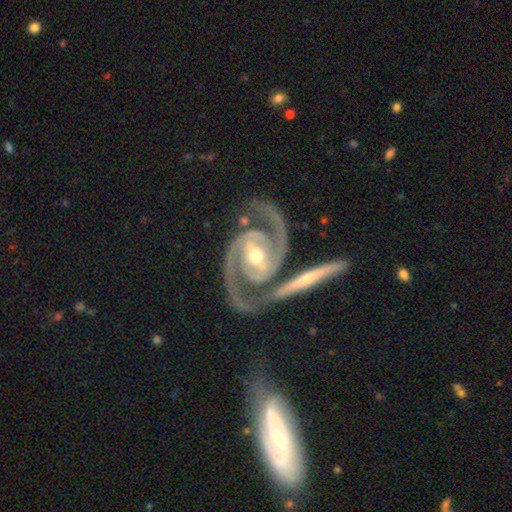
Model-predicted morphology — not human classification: Smooth or featured: featured or disk — 94% (star or artifact — 3%)
Edge-on disk: no — 97% (yes — 3%)
Bar: strong — 42% (weak — 34%)
Spiral arms: yes — 99% (no — 1%)
Spiral winding: medium — 50% (tight — 43%)
Spiral arm count: 2 — 94% (3 — 2%)
Bulge size: moderate — 61% (small — 34%)
Merging: none — 66% (merger — 15%)